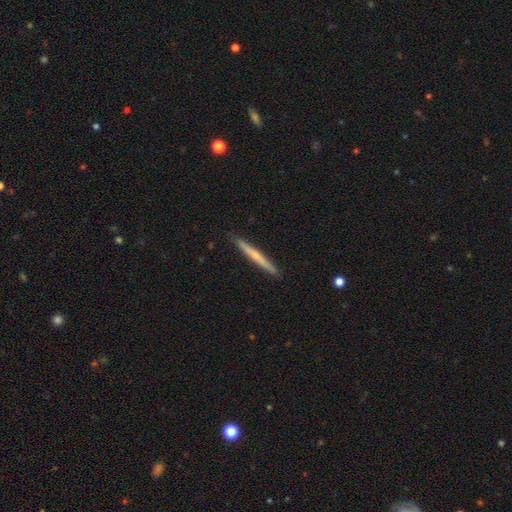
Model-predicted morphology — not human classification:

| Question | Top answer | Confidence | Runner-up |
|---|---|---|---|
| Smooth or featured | featured or disk | 52% | smooth (43%) |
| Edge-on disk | yes | 97% | no (3%) |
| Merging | none | 91% | minor disturbance (7%) |